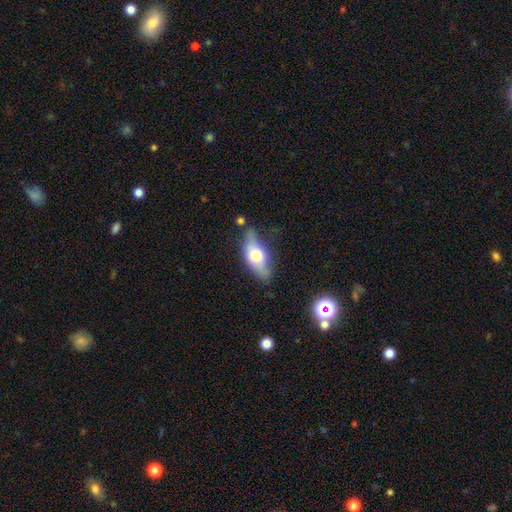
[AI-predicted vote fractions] smooth_or_featured: smooth (p=0.57) [alt: featured or disk p=0.36]
how_rounded: in between (p=0.78) [alt: cigar-shaped p=0.18]
merging: none (p=0.63) [alt: minor disturbance p=0.25]